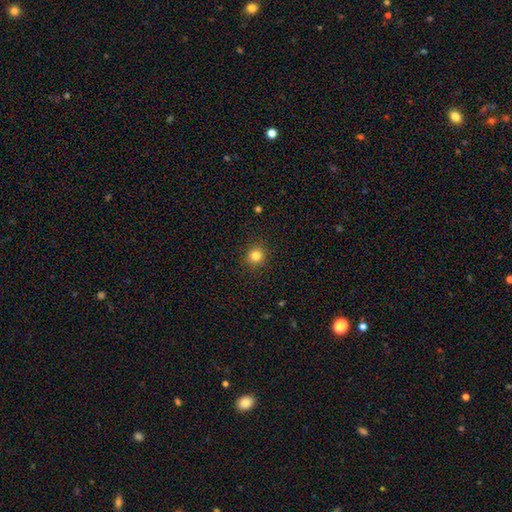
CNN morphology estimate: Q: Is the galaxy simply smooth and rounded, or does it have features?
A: smooth — 82%.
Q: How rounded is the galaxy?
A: round — 92%.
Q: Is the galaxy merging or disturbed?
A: none — 91%.